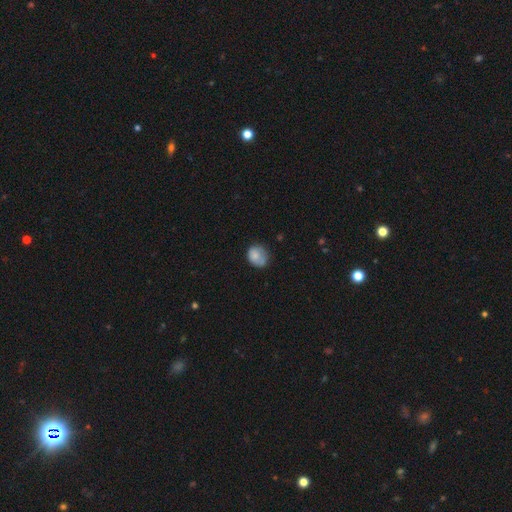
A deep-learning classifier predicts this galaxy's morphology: Overall: smooth (77%). How rounded: round (62%; in between 37%). Merging: none (53%; minor disturbance 31%).